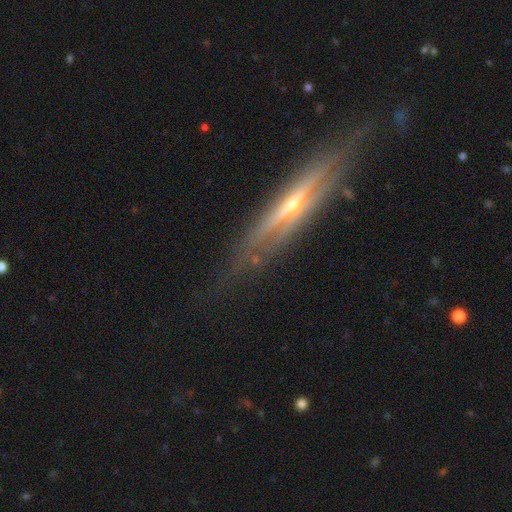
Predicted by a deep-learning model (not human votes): This is likely a featured or disk galaxy (80%). It is clearly viewed edge-on (83%). Edge-on bulge: likely rounded (72%). Merging: likely none (74%).